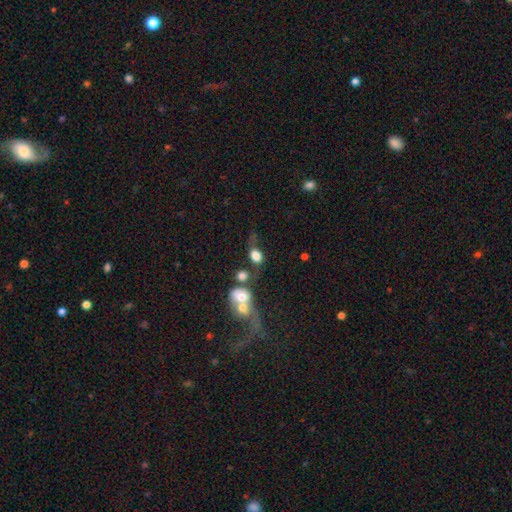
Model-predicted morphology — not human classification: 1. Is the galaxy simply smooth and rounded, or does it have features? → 70% smooth, 19% featured or disk, 11% star or artifact.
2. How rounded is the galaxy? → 64% in between, 34% round, 2% cigar-shaped.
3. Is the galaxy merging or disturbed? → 31% merger, 27% none, 24% major disturbance, 18% minor disturbance.